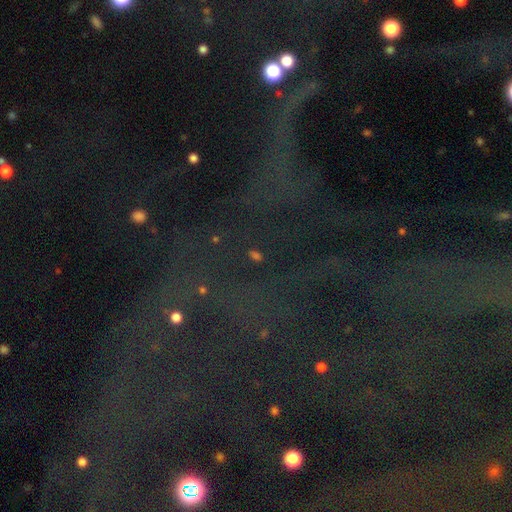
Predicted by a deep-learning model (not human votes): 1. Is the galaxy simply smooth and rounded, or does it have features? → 56% star or artifact, 30% smooth, 14% featured or disk.